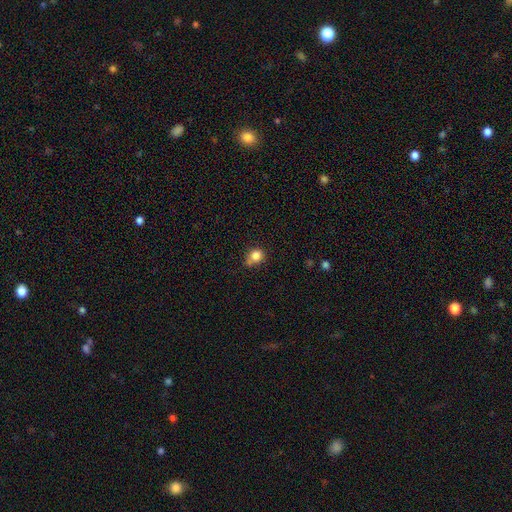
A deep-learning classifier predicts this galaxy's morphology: Overall: smooth (82%). How rounded: round (79%). Merging: none (55%; minor disturbance 25%).